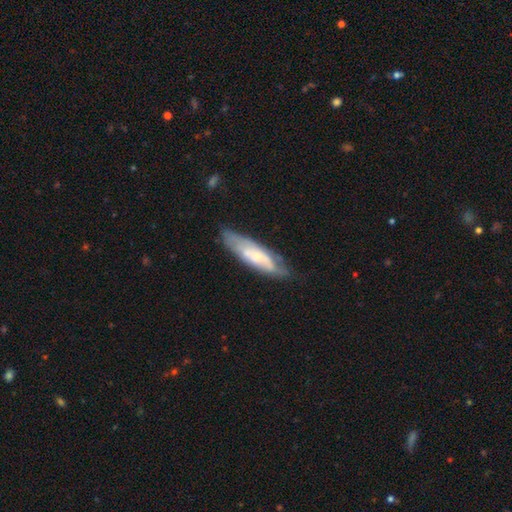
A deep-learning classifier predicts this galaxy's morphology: Smooth or featured? Predicted: featured or disk (p=0.56). Edge-on disk? Predicted: no (p=0.64). Merging? Predicted: none (p=0.69).